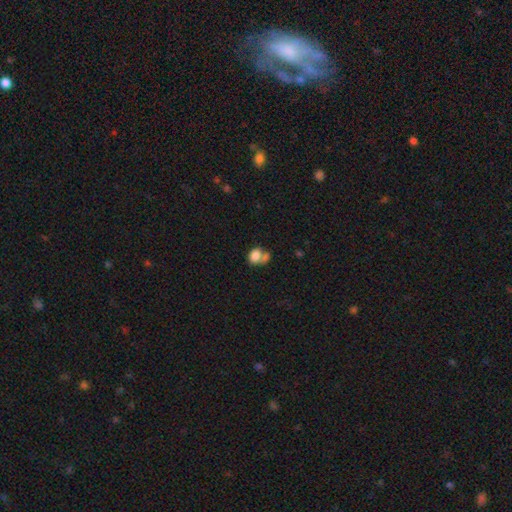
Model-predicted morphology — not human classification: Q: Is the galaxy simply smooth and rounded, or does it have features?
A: smooth — 79%.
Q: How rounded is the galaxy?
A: in between — 58%.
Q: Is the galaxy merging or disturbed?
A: merger — 47%.